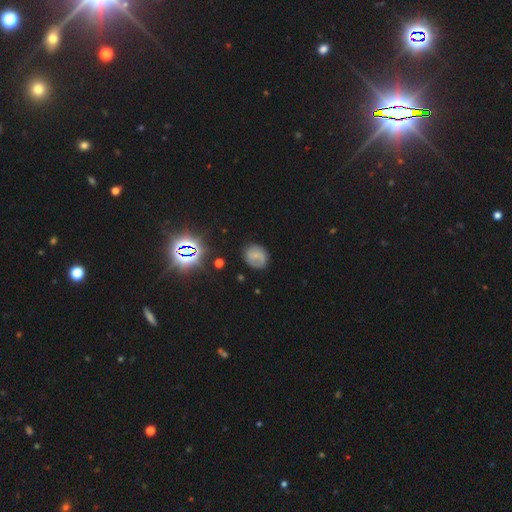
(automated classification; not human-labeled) smooth 47%, featured or disk 39%, star or artifact 14%. Down the decision tree: merging — none (76%).